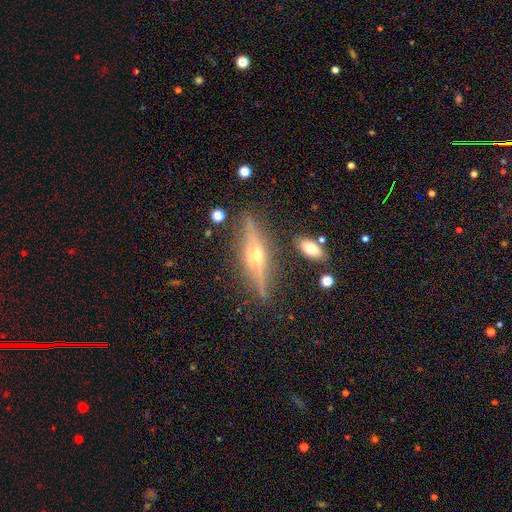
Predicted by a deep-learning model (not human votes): Smooth or featured? Predicted: featured or disk (p=0.82). Edge-on disk? Predicted: yes (p=0.96). Edge-on bulge? Predicted: rounded (p=0.94). Merging? Predicted: none (p=0.84).